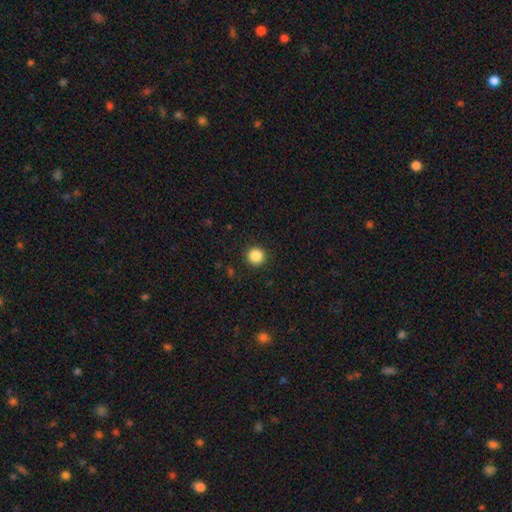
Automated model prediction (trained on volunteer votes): Overall: smooth (87%). How rounded: round (96%). Merging: none (92%).